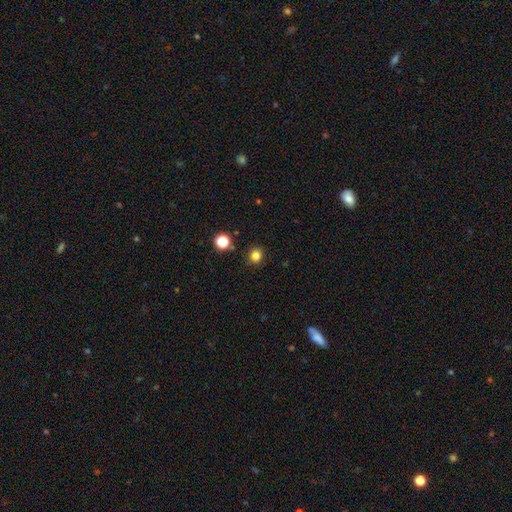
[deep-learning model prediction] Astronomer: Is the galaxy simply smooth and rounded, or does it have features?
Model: smooth — 82%.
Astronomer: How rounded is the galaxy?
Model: round — 82%.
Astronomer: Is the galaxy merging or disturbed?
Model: none — 89%.